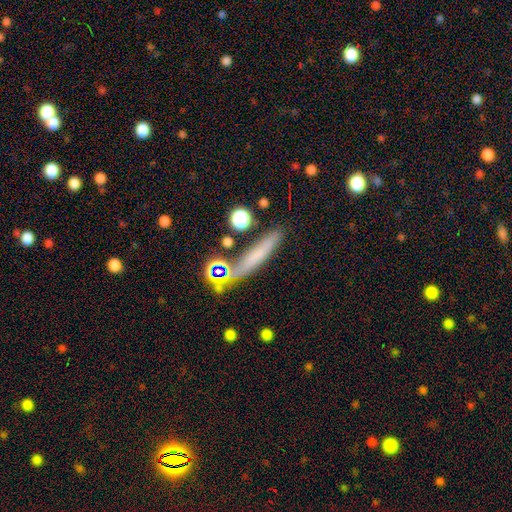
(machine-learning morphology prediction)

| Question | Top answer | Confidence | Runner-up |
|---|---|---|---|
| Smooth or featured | smooth | 57% | featured or disk (27%) |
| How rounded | cigar-shaped | 79% | in between (13%) |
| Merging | none | 64% | minor disturbance (16%) |